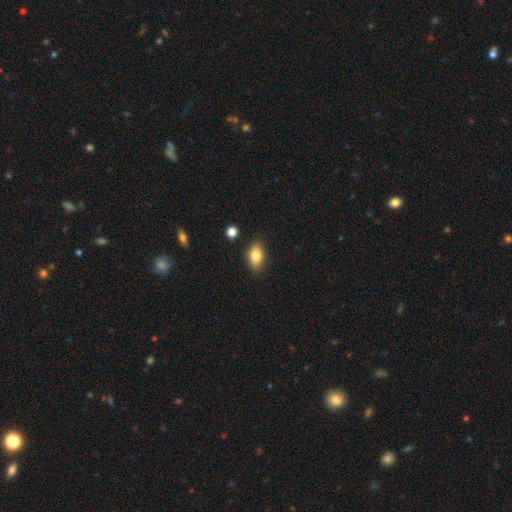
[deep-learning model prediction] smooth 82%, featured or disk 10%, star or artifact 8%. Down the decision tree: how rounded — in between (88%); merging — none (85%).